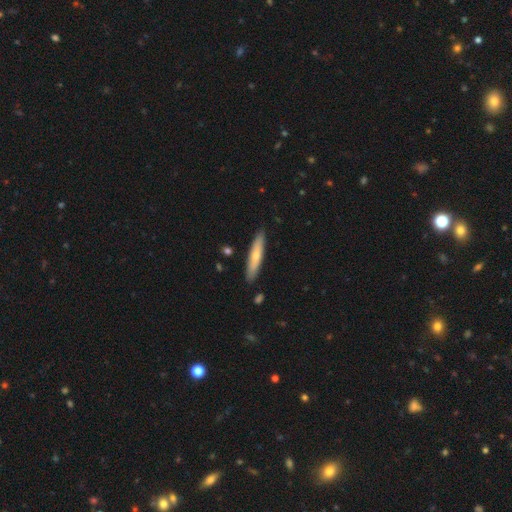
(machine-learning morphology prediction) Q: Smooth or featured?
A: smooth (63%); runner-up: featured or disk (32%)
Q: How rounded?
A: cigar-shaped (87%); runner-up: in between (11%)
Q: Merging?
A: none (88%); runner-up: minor disturbance (9%)